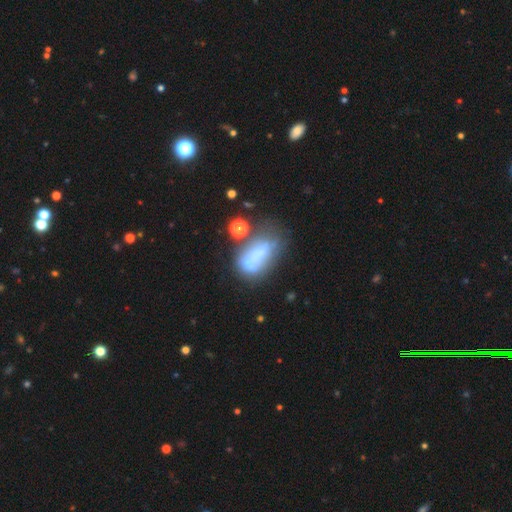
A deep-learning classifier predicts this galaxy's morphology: smooth 47%, featured or disk 40%, star or artifact 13%. Down the decision tree: merging — none (30%).